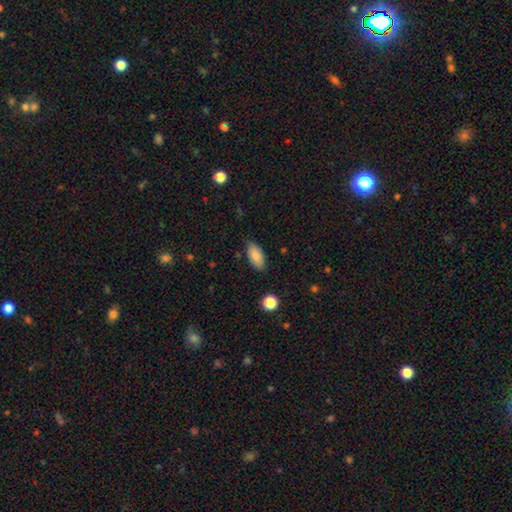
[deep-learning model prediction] A smooth galaxy with no disk features (85%) that is in between round and cigar-shaped (92%). Merging: none (81%).